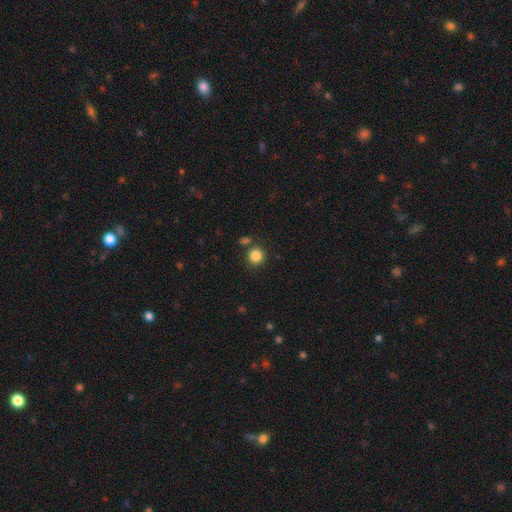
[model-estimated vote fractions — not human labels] Smooth or featured: smooth — 85% (star or artifact — 11%)
How rounded: round — 88% (in between — 11%)
Merging: none — 78% (merger — 9%)